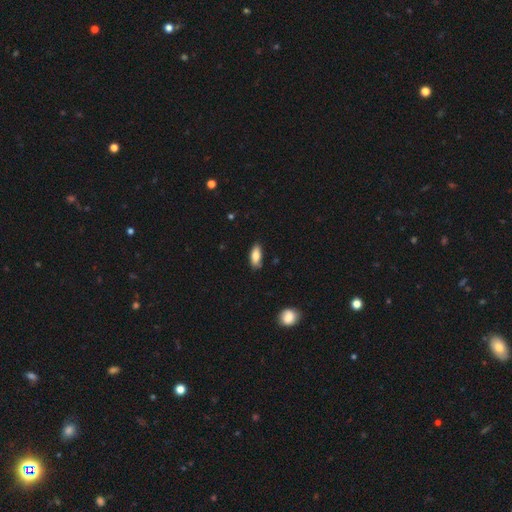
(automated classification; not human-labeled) Overall: smooth (83%). How rounded: in between (80%). Merging: none (79%).